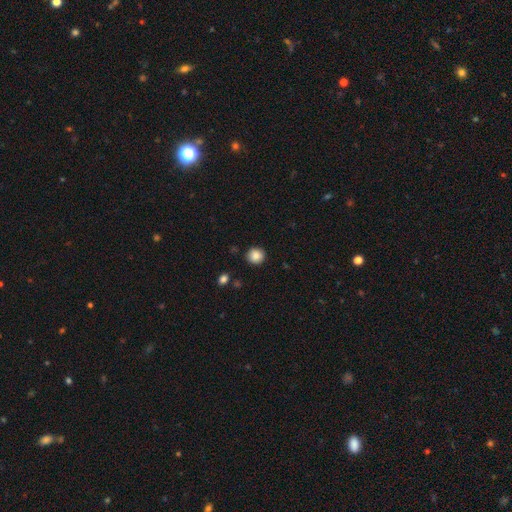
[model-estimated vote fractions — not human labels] smooth_or_featured: smooth (p=0.87) [alt: star or artifact p=0.09]
how_rounded: round (p=0.92) [alt: in between p=0.07]
merging: none (p=0.90) [alt: minor disturbance p=0.06]